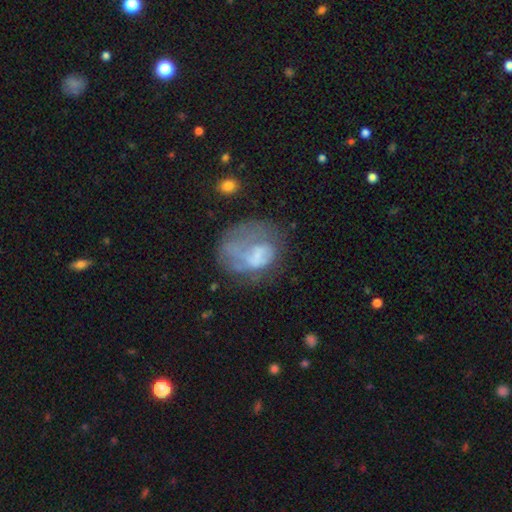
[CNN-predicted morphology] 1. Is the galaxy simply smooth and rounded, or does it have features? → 49% featured or disk, 40% smooth, 11% star or artifact.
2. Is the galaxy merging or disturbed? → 42% major disturbance, 31% none, 22% minor disturbance, 6% merger.